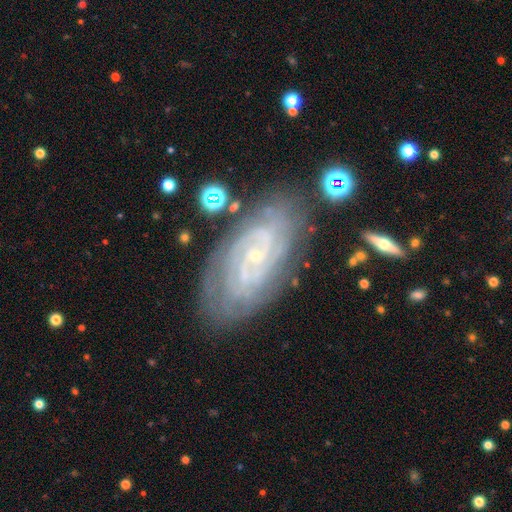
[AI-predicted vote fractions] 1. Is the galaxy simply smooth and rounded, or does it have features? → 88% featured or disk, 6% smooth, 6% star or artifact.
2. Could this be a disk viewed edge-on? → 95% no, 5% yes.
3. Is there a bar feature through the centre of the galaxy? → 62% no, 28% weak, 10% strong.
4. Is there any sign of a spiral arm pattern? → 97% yes, 3% no.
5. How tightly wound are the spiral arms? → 76% tight, 20% medium, 4% loose.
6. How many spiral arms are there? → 33% 2, 25% can't tell, 18% 3, 13% 4, 6% more than 4, 5% 1.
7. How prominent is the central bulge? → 83% small, 13% moderate, 2% none, 1% large, 1% dominant.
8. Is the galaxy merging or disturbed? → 76% none, 16% minor disturbance, 5% major disturbance, 2% merger.